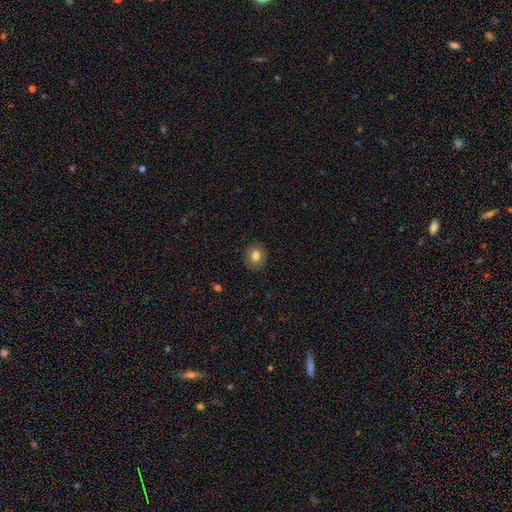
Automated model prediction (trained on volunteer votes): This is likely a smooth galaxy (80%). How rounded: likely round (76%). Merging: clearly none (90%).